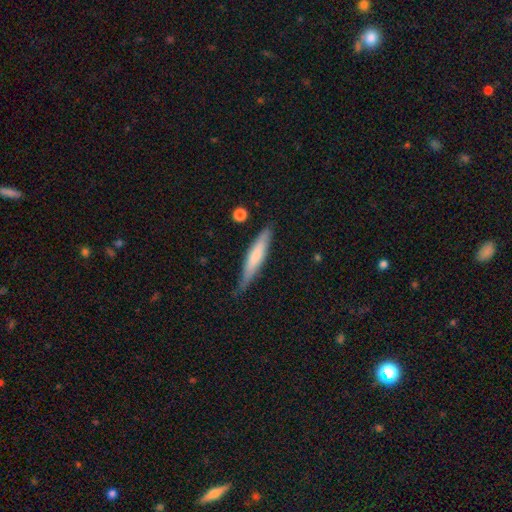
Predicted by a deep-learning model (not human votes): Q: Smooth or featured?
A: smooth (63%); runner-up: featured or disk (31%)
Q: How rounded?
A: cigar-shaped (87%); runner-up: in between (11%)
Q: Merging?
A: none (76%); runner-up: minor disturbance (19%)